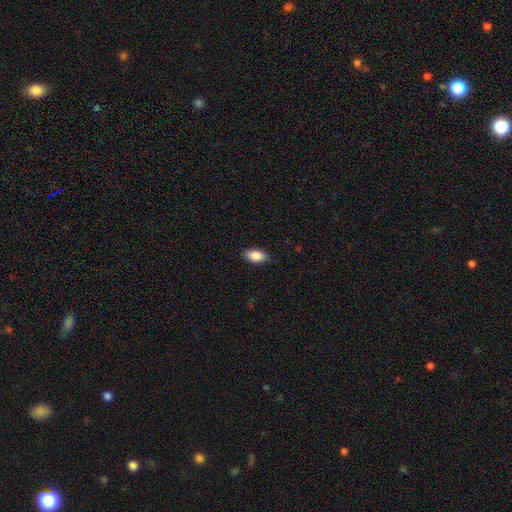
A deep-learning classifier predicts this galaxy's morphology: This appears to be a smooth galaxy with no disk features (88%) that is in between round and cigar-shaped (92%). Merging: none (88%).